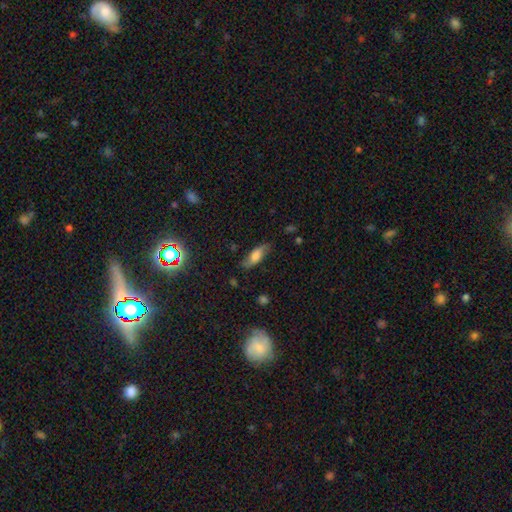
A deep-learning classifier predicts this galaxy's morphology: The model was most divided on "smooth or featured": smooth: 60%, featured or disk: 31%, star or artifact: 9%. More confident: merging — none (75%); how rounded — in between (69%).